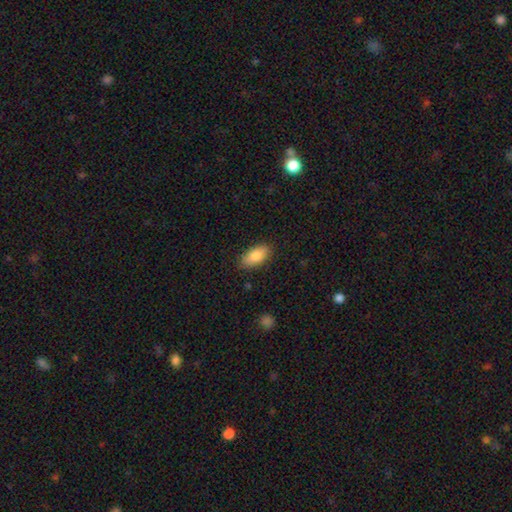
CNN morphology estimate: A smooth galaxy with no disk features (84%) that is in between round and cigar-shaped (92%).

Vote fractions:
- Smooth or featured? smooth: 84% / featured or disk: 9% / star or artifact: 6%
- How rounded? in between: 92% / cigar-shaped: 6% / round: 3%
- Merging? none: 86% / minor disturbance: 11% / major disturbance: 2% / merger: 1%